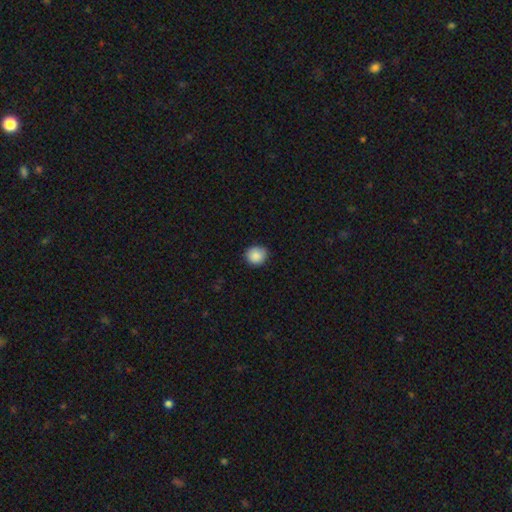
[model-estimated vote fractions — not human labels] smooth_or_featured: smooth (p=0.88) [alt: star or artifact p=0.08]
how_rounded: round (p=0.85) [alt: in between p=0.15]
merging: none (p=0.86) [alt: minor disturbance p=0.11]